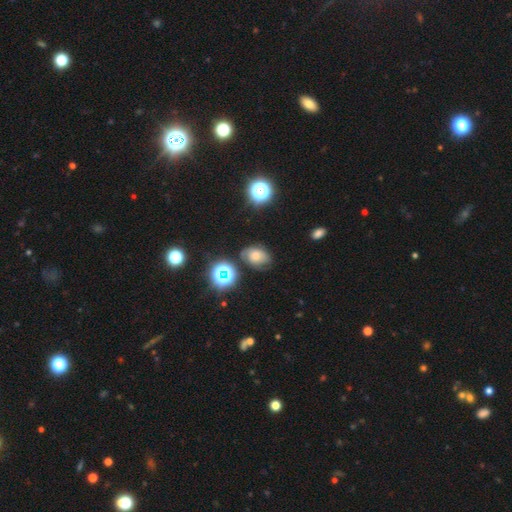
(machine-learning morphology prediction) The model was most divided on "smooth or featured": smooth: 47%, star or artifact: 27%, featured or disk: 26%. More confident: merging — none (70%).